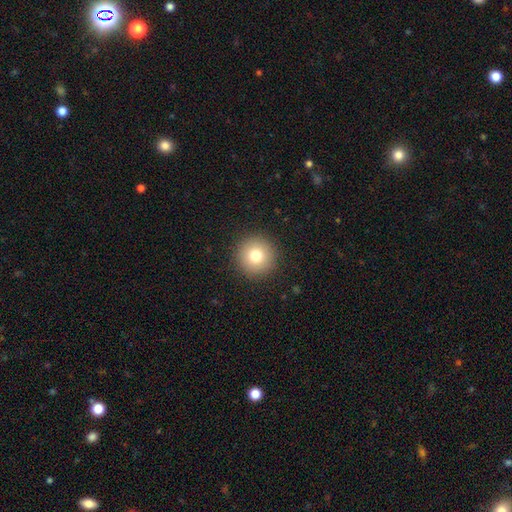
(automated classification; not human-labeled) smooth_or_featured: smooth (p=0.79) [alt: star or artifact p=0.11]
how_rounded: round (p=0.96) [alt: in between p=0.03]
merging: none (p=0.92) [alt: minor disturbance p=0.05]